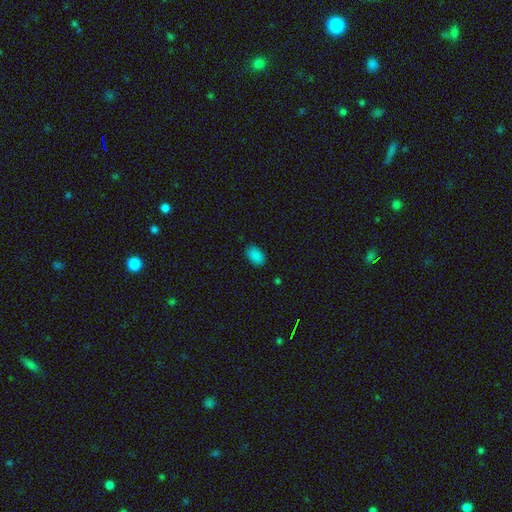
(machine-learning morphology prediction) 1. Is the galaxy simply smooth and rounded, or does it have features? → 86% smooth, 11% star or artifact, 3% featured or disk.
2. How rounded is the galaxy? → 92% in between, 7% round, 1% cigar-shaped.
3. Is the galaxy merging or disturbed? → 85% none, 11% minor disturbance, 2% major disturbance, 1% merger.